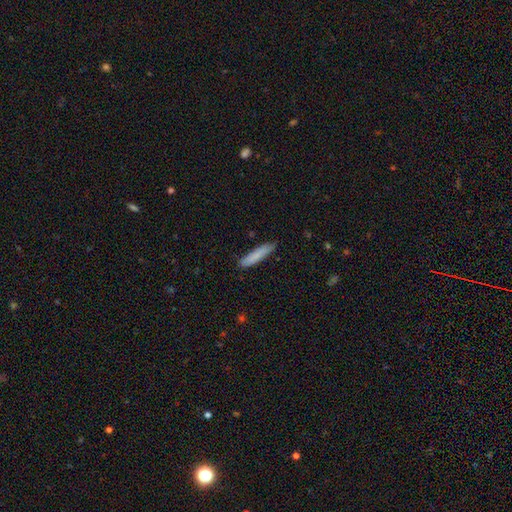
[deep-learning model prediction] Smooth or featured?
  - smooth: 83% *
  - featured or disk: 11%
  - star or artifact: 6%
How rounded?
  - cigar-shaped: 89% *
  - in between: 10%
  - round: 1%
Merging?
  - none: 85% *
  - minor disturbance: 12%
  - major disturbance: 2%
  - merger: 1%